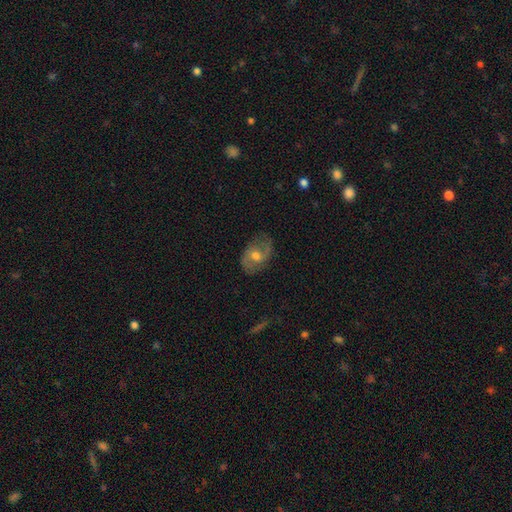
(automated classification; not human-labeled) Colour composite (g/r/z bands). It shows a featured or disk galaxy (65%) with no bar (53%), 2 (82%) medium (47%) spiral arms (82%) and a moderate central bulge (69%). Merging: none (74%).